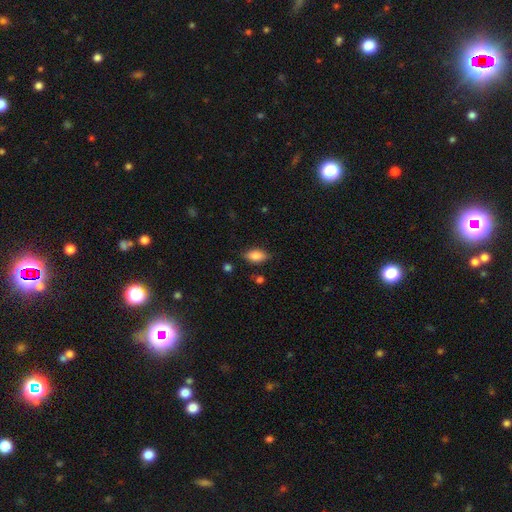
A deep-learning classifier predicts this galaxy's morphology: Smooth or featured? smooth (84%)
How rounded? in between (90%)
Merging? none (77%)